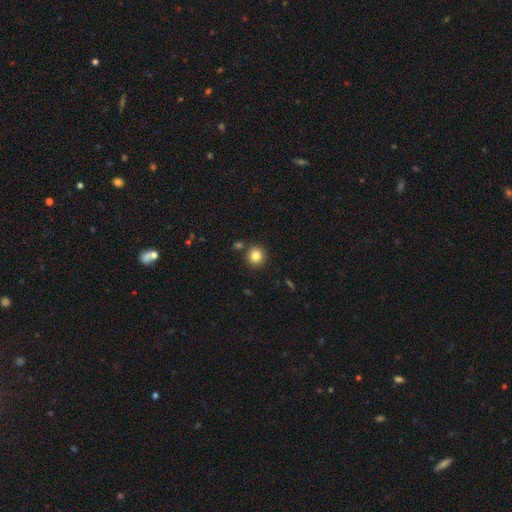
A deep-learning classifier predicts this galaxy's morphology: Smooth or featured? Predicted: smooth (p=0.83). How rounded? Predicted: round (p=0.93). Merging? Predicted: none (p=0.85).